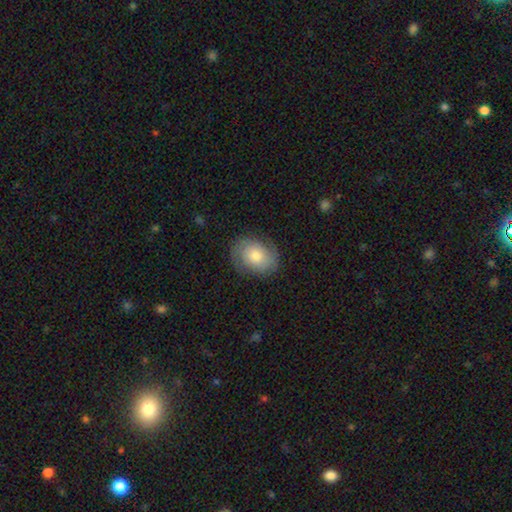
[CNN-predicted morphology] smooth-or-featured: smooth: 60% | featured or disk: 33% | star or artifact: 8%
  how-rounded: in between: 65% | round: 34% | cigar-shaped: 1%
  merging: none: 79% | minor disturbance: 15% | major disturbance: 5% | merger: 1%